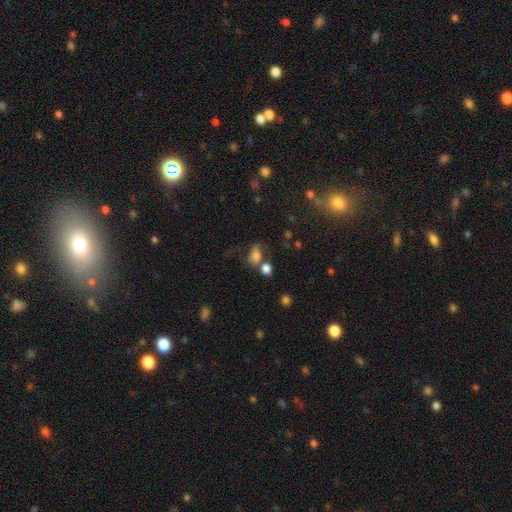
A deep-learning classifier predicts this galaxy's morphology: Smooth or featured: smooth — 73% (star or artifact — 15%)
How rounded: in between — 78% (round — 19%)
Merging: none — 39% (merger — 29%)